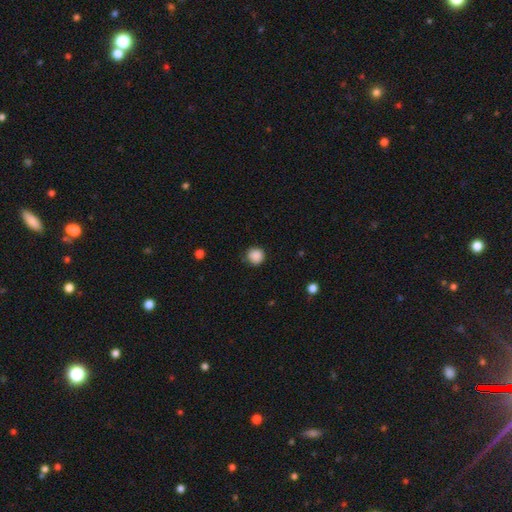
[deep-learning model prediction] Smooth or featured: smooth — 88% (star or artifact — 9%)
How rounded: round — 93% (in between — 6%)
Merging: none — 83% (minor disturbance — 12%)